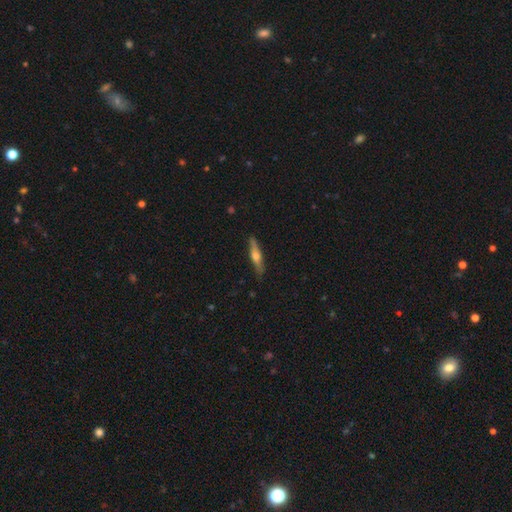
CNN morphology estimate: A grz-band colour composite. It shows a featured or disk galaxy (55%) viewed edge-on (94%) with a rounded central bulge (90%). Merging: none (86%).